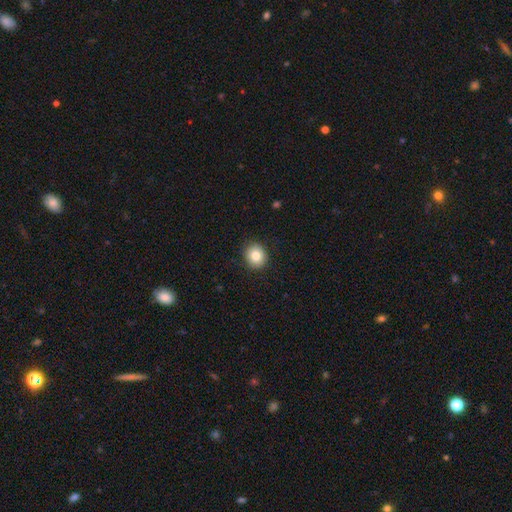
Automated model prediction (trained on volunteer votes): Smooth or featured?
  - smooth: 83% *
  - star or artifact: 9%
  - featured or disk: 8%
How rounded?
  - round: 72% *
  - in between: 27%
  - cigar-shaped: 1%
Merging?
  - none: 89% *
  - minor disturbance: 8%
  - major disturbance: 2%
  - merger: 1%